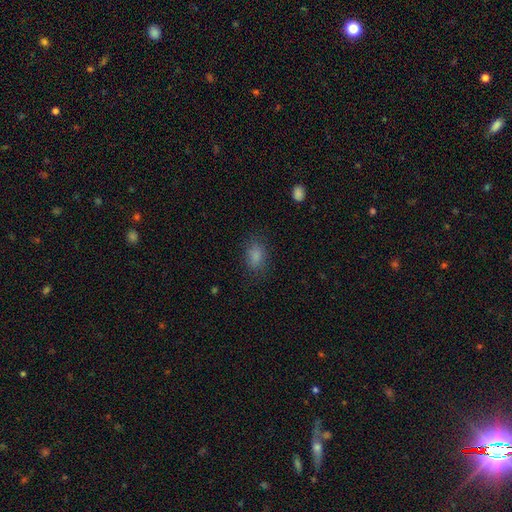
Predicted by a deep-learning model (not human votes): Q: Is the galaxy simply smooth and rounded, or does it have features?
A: smooth — 83%.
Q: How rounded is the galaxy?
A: in between — 81%.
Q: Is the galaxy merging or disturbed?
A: none — 78%.